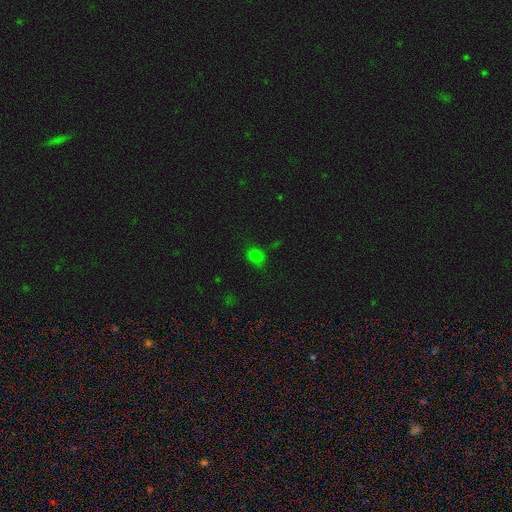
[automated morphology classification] A smooth galaxy with no disk features (74%) that is in between round and cigar-shaped (50%).

Vote fractions:
- Smooth or featured? smooth: 74% / star or artifact: 21% / featured or disk: 5%
- How rounded? in between: 50% / round: 49% / cigar-shaped: 2%
- Merging? none: 70% / minor disturbance: 19% / major disturbance: 6% / merger: 5%